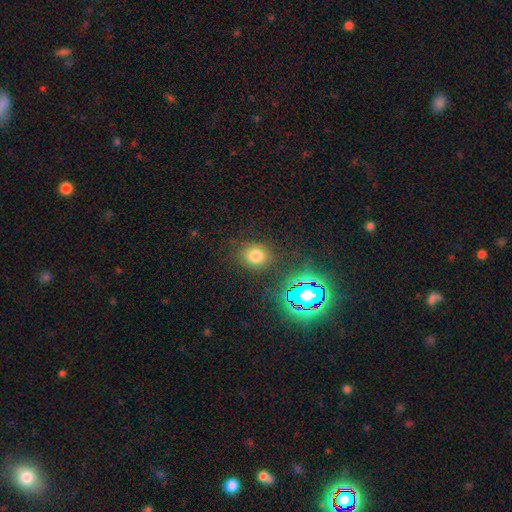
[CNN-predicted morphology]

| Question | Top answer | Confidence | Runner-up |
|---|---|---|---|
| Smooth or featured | smooth | 71% | star or artifact (21%) |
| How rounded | round | 66% | in between (33%) |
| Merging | none | 83% | minor disturbance (10%) |